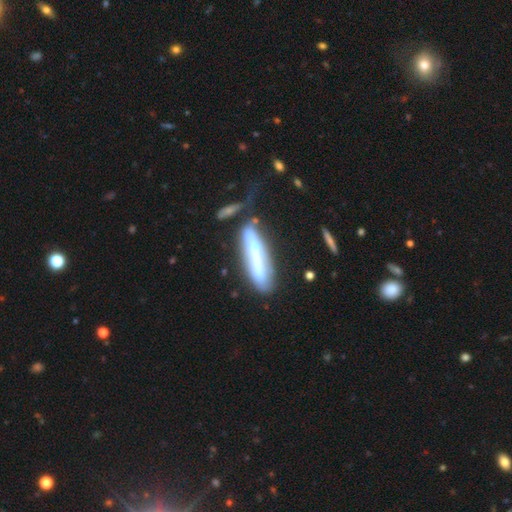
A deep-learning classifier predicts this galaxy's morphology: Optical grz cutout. It shows a featured or disk galaxy (54%) viewed edge-on (62%). Merging: none (40%).